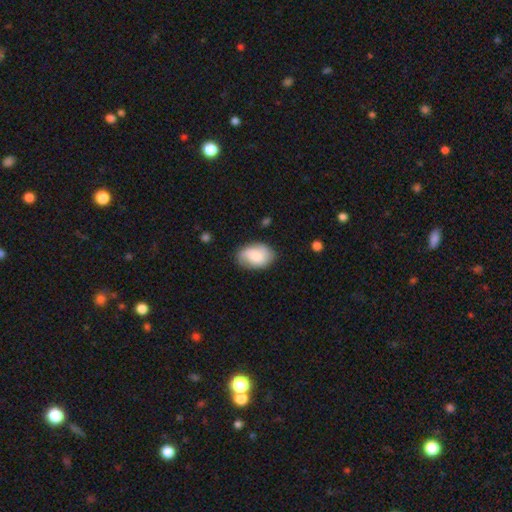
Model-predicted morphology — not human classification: This is likely a smooth galaxy (65%). How rounded: clearly in between (84%). Merging: likely none (76%).